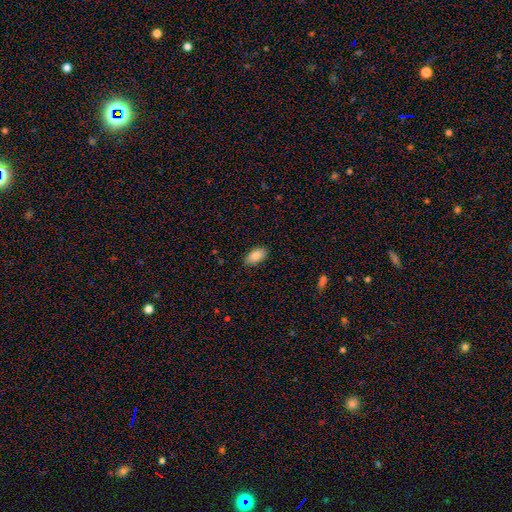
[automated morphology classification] smooth 86%, featured or disk 8%, star or artifact 7%. Down the decision tree: how rounded — in between (94%); merging — none (85%).